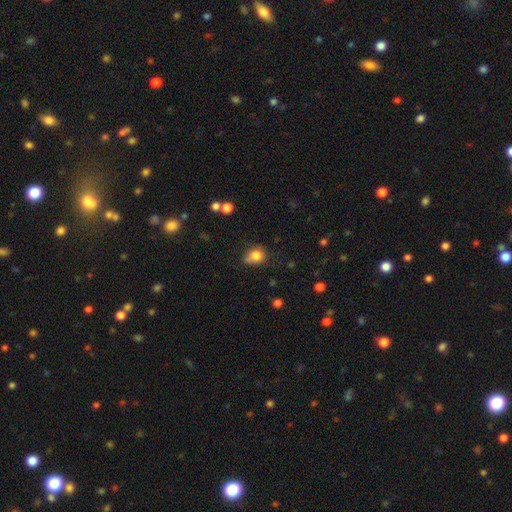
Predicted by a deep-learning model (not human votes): smooth_or_featured: smooth (p=0.80) [alt: star or artifact p=0.11]
how_rounded: round (p=0.59) [alt: in between p=0.40]
merging: none (p=0.50) [alt: minor disturbance p=0.28]